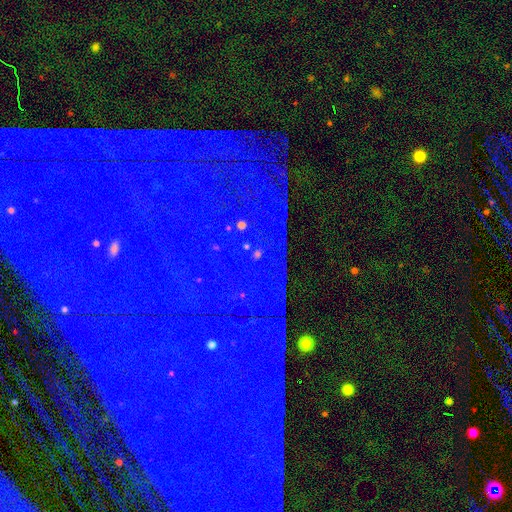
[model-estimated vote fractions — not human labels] Smooth or featured?
  - star or artifact: 85% *
  - featured or disk: 8%
  - smooth: 7%